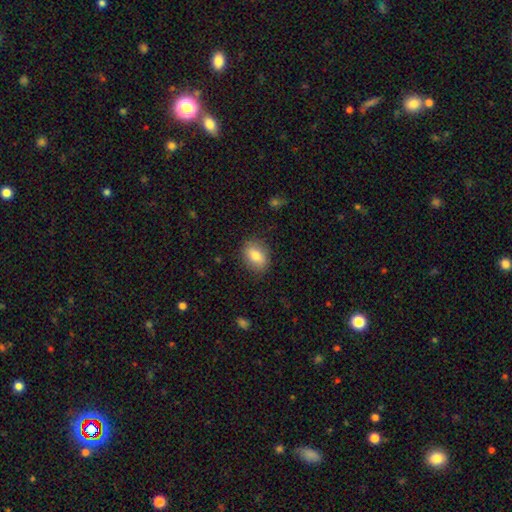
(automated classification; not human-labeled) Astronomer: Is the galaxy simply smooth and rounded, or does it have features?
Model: smooth — 78%.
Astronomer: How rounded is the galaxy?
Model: in between — 70%.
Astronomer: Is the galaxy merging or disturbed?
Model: none — 84%.